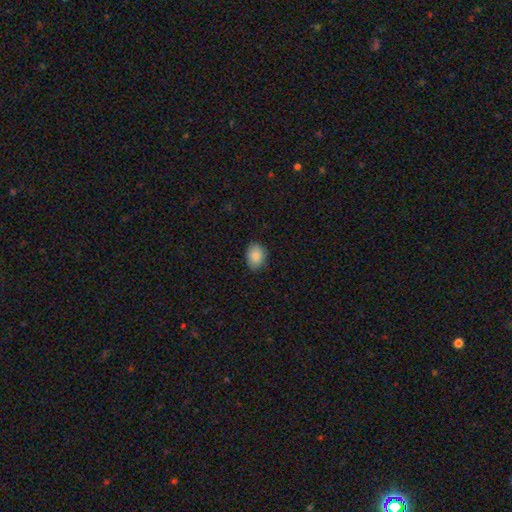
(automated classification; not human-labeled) Smooth or featured: smooth — 88% (star or artifact — 8%)
How rounded: in between — 65% (round — 34%)
Merging: none — 84% (minor disturbance — 13%)